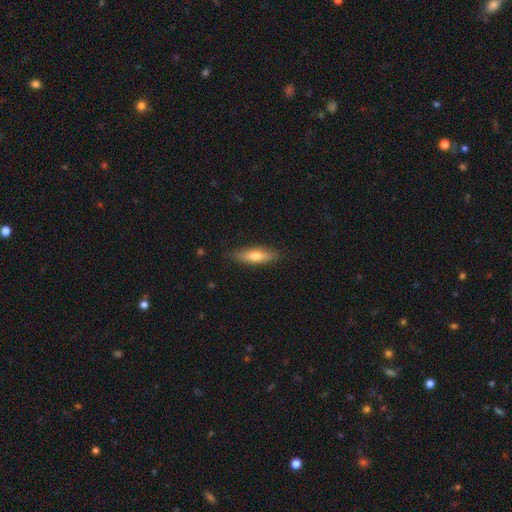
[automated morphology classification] This is likely a smooth galaxy (65%). How rounded: possibly cigar-shaped (59%). Merging: clearly none (85%).